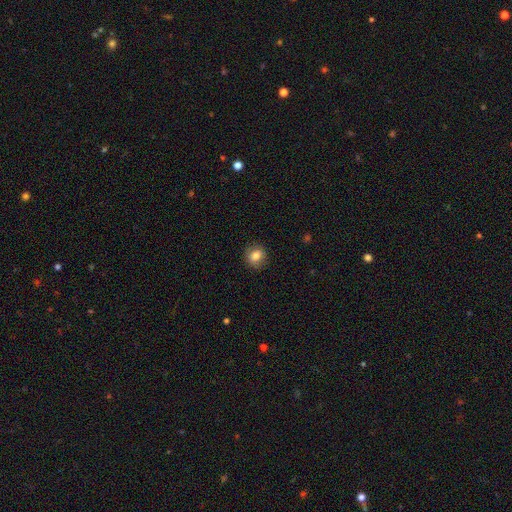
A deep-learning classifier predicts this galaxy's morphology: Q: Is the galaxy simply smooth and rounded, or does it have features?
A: smooth — 78%.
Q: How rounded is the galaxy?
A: round — 78%.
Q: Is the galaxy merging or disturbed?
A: none — 87%.